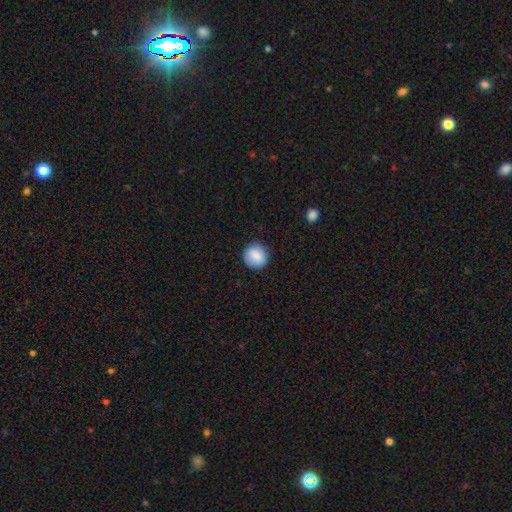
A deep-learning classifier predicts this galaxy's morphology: This is clearly a smooth galaxy (86%). How rounded: clearly round (90%). Merging: clearly none (88%).